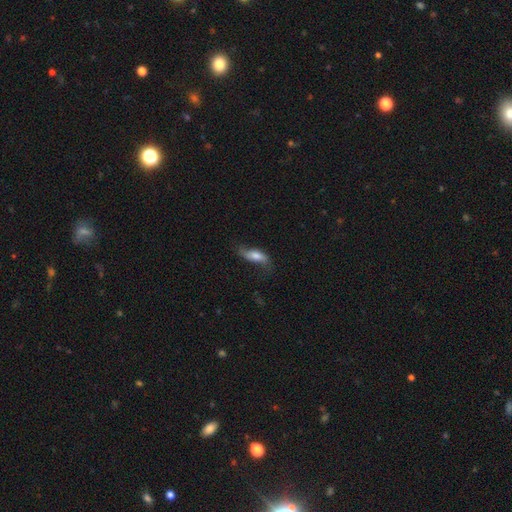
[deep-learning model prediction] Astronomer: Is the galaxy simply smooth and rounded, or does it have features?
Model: smooth — 56% (runner-up: featured or disk, 37%).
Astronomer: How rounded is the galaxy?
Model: in between — 65%.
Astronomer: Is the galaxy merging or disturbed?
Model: none — 56%.